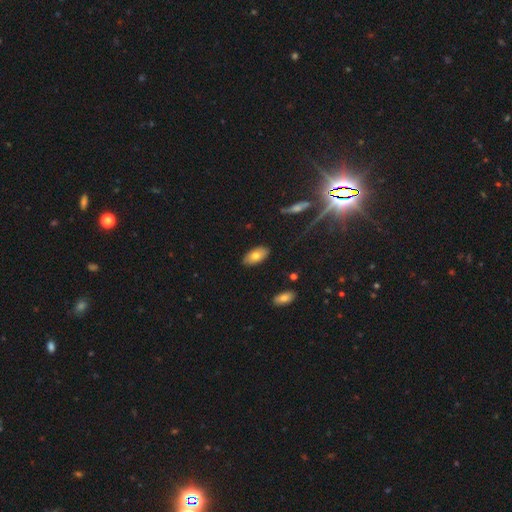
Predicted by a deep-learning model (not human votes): Smooth or featured: smooth — 73% (featured or disk — 19%)
How rounded: in between — 93% (cigar-shaped — 4%)
Merging: none — 85% (minor disturbance — 11%)